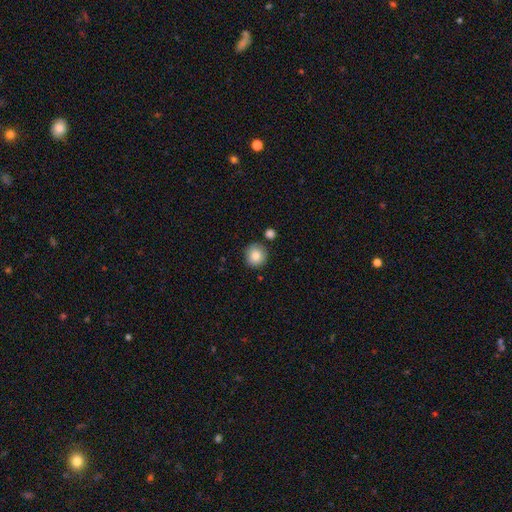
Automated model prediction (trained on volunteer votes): A smooth galaxy with no disk features (85%) that is round (92%). Merging: none (82%).